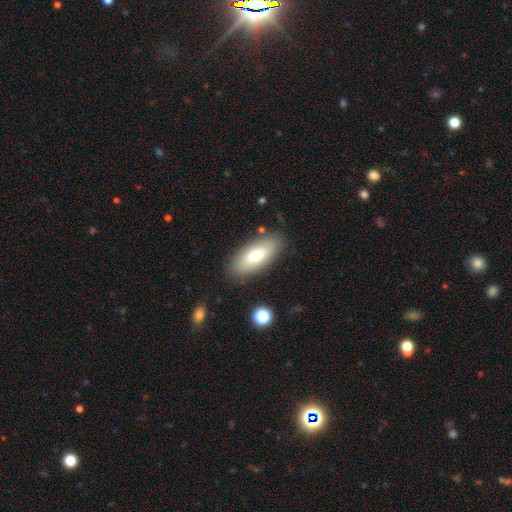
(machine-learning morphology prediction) smooth 70%, featured or disk 22%, star or artifact 7%. Down the decision tree: how rounded — in between (83%); merging — none (84%).